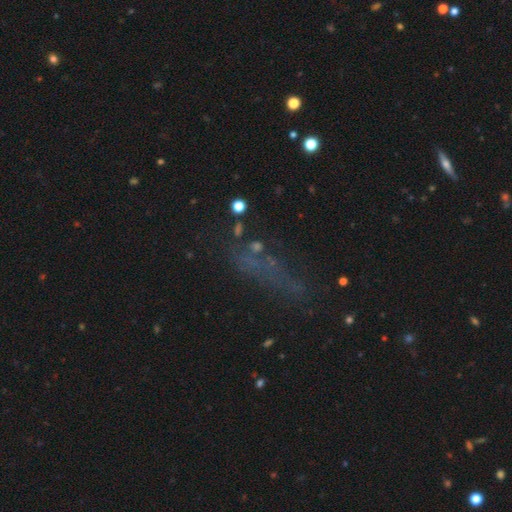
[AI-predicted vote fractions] Q: Smooth or featured?
A: star or artifact (42%); runner-up: smooth (34%)